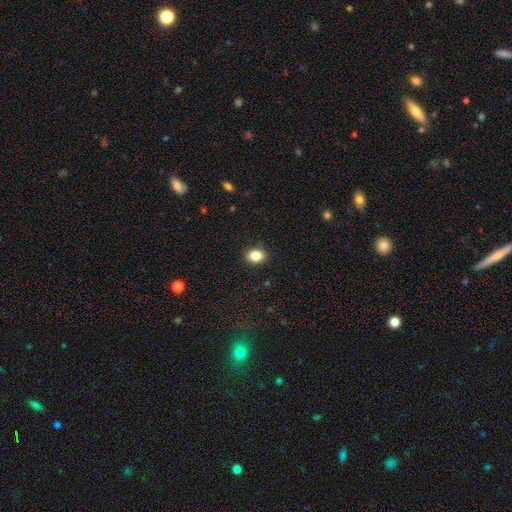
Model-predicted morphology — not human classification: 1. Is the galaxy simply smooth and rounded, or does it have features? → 84% smooth, 10% star or artifact, 6% featured or disk.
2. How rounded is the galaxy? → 65% in between, 34% round, 1% cigar-shaped.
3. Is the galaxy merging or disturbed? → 88% none, 9% minor disturbance, 2% major disturbance, 1% merger.